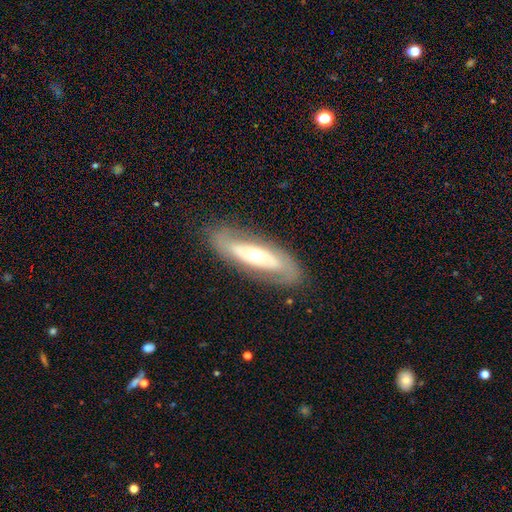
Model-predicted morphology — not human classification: Q: Smooth or featured?
A: featured or disk (67%); runner-up: smooth (27%)
Q: Edge-on disk?
A: no (79%); runner-up: yes (21%)
Q: Bar?
A: no (68%); runner-up: weak (17%)
Q: Spiral arms?
A: yes (54%); runner-up: no (46%)
Q: Bulge size?
A: moderate (53%); runner-up: small (39%)
Q: Merging?
A: none (80%); runner-up: minor disturbance (13%)